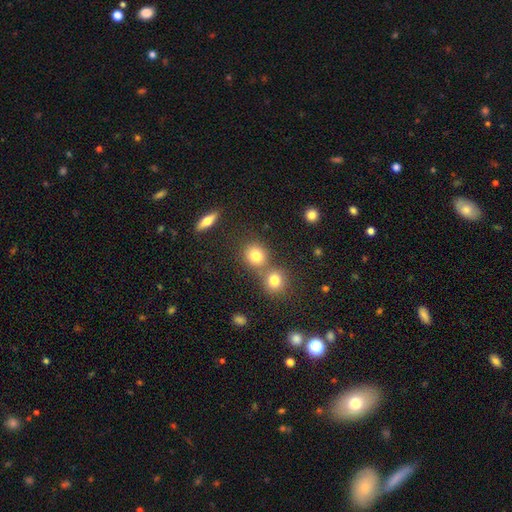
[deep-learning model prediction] Overall: smooth (78%). How rounded: round (86%). Merging: none (61%; merger 29%).